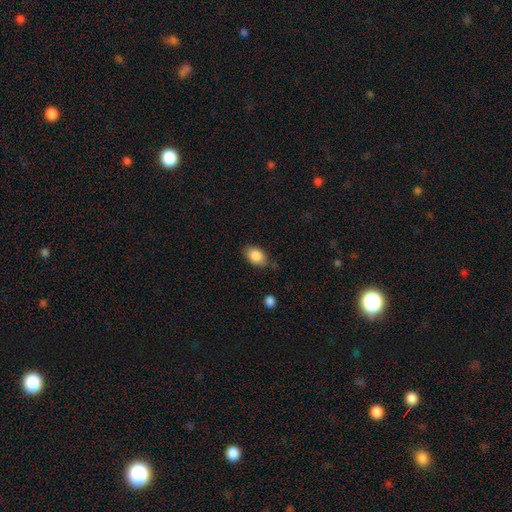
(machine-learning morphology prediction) Smooth or featured: smooth — 86% (star or artifact — 7%)
How rounded: in between — 86% (round — 13%)
Merging: none — 71% (minor disturbance — 21%)